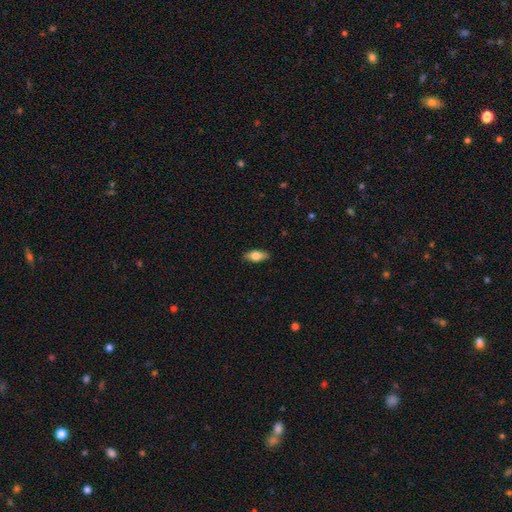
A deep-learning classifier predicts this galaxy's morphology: The model was most divided on "smooth or featured": smooth: 71%, featured or disk: 22%, star or artifact: 6%. More confident: merging — none (88%); how rounded — in between (81%).